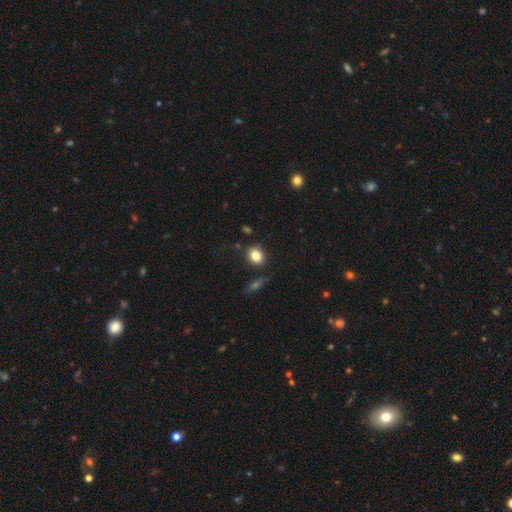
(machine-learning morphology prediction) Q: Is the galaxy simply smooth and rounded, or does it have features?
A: smooth — 83%.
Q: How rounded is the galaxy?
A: round — 58%.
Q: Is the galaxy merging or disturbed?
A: none — 82%.